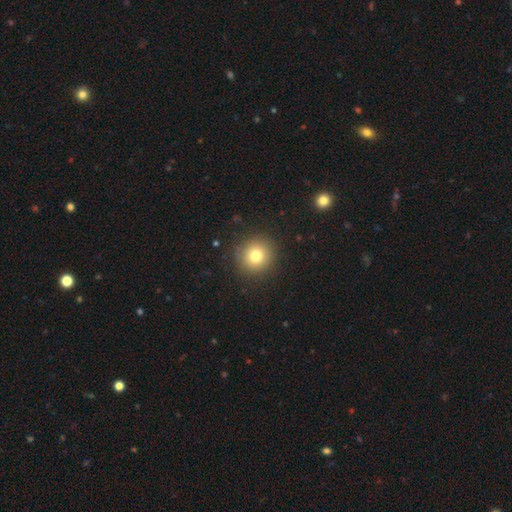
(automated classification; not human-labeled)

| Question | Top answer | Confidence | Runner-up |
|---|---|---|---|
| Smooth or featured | smooth | 79% | star or artifact (12%) |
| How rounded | round | 93% | in between (6%) |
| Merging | none | 90% | minor disturbance (7%) |